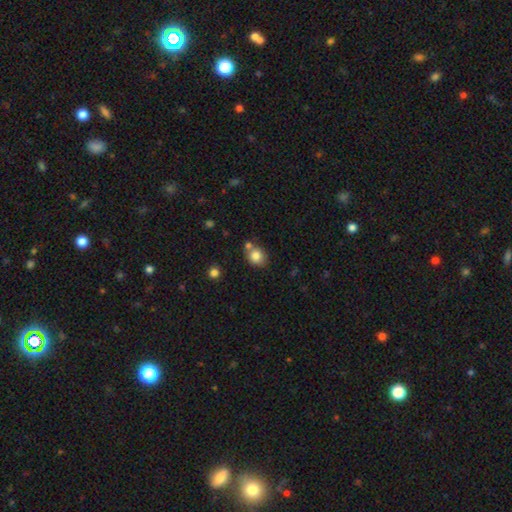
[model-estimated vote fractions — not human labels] Smooth or featured? Predicted: smooth (p=0.82). How rounded? Predicted: round (p=0.66). Merging? Predicted: none (p=0.63).